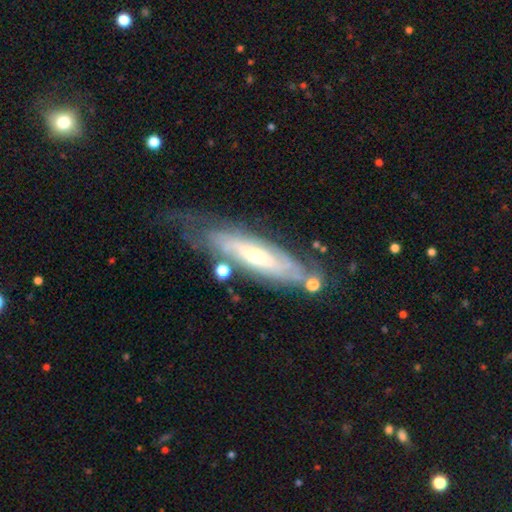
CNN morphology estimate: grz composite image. It shows a featured or disk galaxy (77%) with no bar (63%), spiral arms (85%) and a small central bulge (49%). Merging: none (61%).